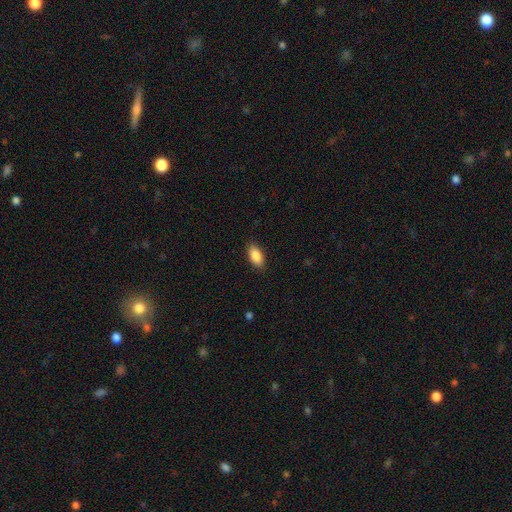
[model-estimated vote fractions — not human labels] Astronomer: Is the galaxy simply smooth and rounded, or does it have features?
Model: smooth — 88%.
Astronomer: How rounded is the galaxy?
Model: in between — 90%.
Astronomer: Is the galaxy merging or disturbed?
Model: none — 88%.